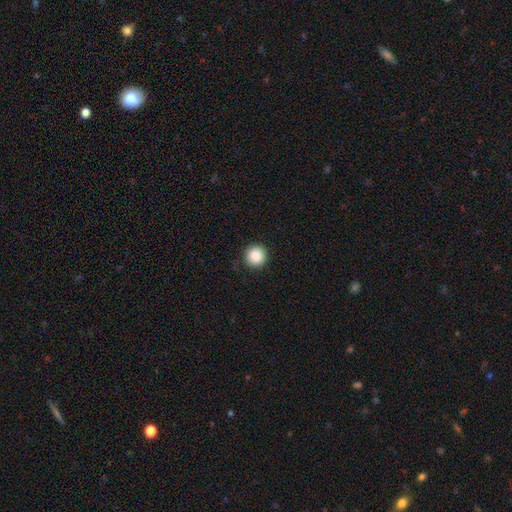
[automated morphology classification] A smooth galaxy with no disk features (87%) that is round (95%).

Vote fractions:
- Smooth or featured? smooth: 87% / star or artifact: 9% / featured or disk: 4%
- How rounded? round: 95% / in between: 4% / cigar-shaped: 1%
- Merging? none: 90% / minor disturbance: 7% / major disturbance: 2% / merger: 1%